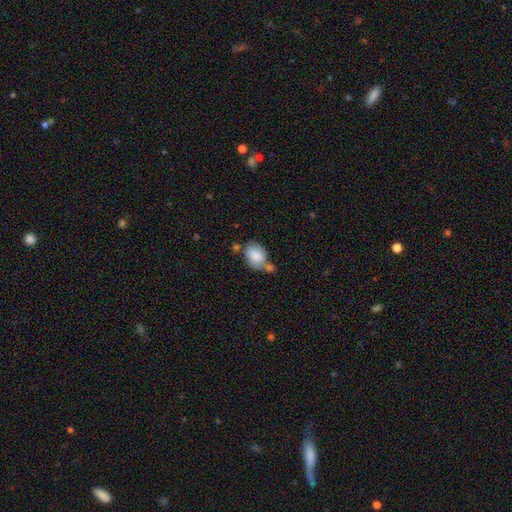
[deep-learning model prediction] Overall: smooth (83%). How rounded: in between (75%). Merging: none (50%; merger 25%).